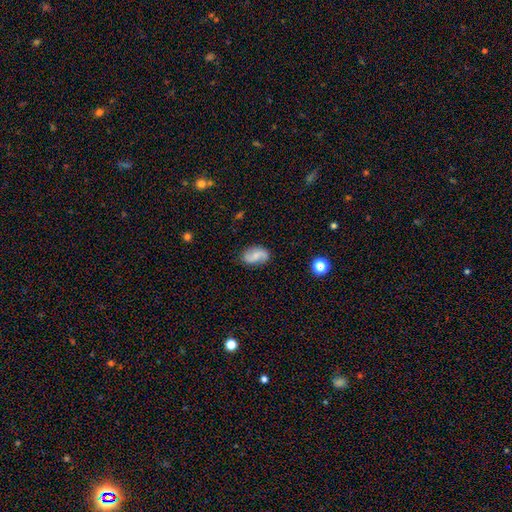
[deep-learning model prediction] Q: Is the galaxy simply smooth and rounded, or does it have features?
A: featured or disk — 57%.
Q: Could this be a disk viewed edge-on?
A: no — 97%.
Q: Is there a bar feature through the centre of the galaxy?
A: no — 47%.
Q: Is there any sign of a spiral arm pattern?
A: yes — 91%.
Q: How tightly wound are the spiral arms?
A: loose — 58%.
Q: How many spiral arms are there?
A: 2 — 90%.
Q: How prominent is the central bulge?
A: small — 49%.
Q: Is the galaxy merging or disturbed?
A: none — 79%.